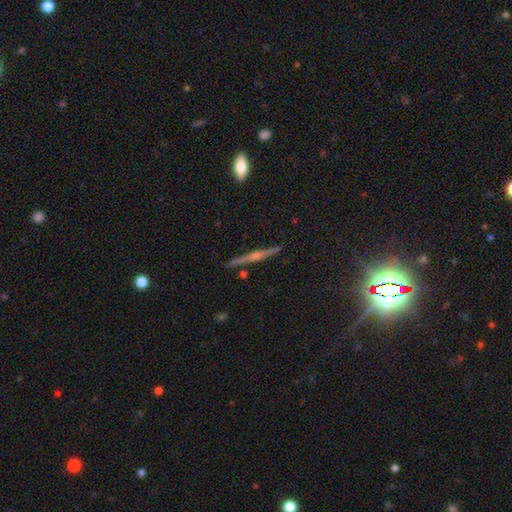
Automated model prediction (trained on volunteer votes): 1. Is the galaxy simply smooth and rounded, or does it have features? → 72% featured or disk, 18% smooth, 10% star or artifact.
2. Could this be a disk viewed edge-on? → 98% yes, 2% no.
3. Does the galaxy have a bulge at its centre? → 62% rounded, 23% none, 15% boxy.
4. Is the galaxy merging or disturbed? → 90% none, 7% minor disturbance, 2% merger, 2% major disturbance.